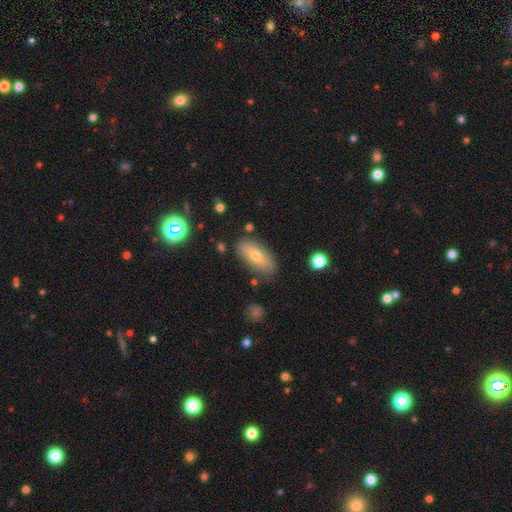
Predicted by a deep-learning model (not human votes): This is likely a smooth galaxy (62%). How rounded: likely in between (77%). Merging: likely none (79%).